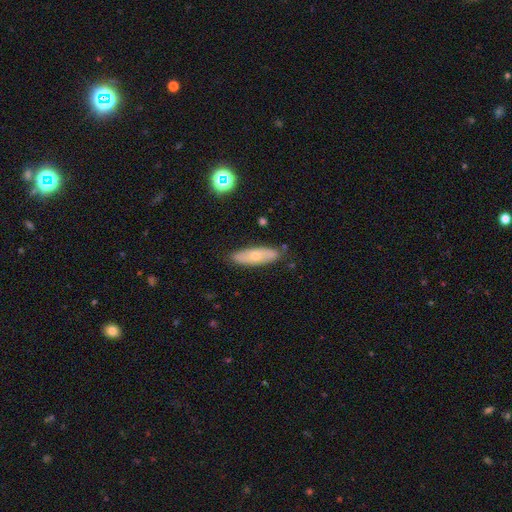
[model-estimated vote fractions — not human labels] smooth 53%, featured or disk 40%, star or artifact 7%. Down the decision tree: how rounded — in between (51%); merging — none (83%).